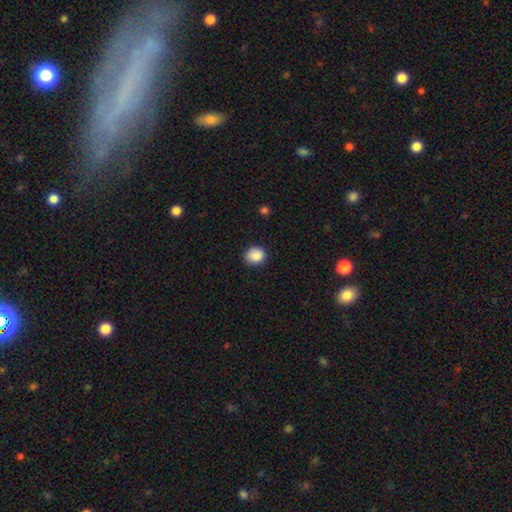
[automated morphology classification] Smooth or featured? Predicted: smooth (p=0.88). How rounded? Predicted: round (p=0.69). Merging? Predicted: none (p=0.85).